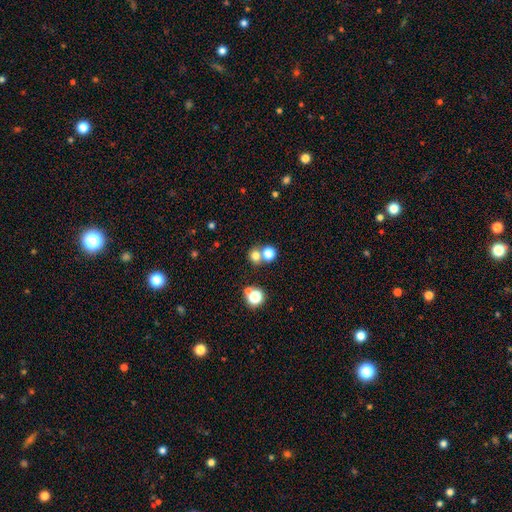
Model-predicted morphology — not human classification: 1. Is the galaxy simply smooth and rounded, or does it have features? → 72% smooth, 19% star or artifact, 9% featured or disk.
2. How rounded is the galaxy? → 83% round, 16% in between, 1% cigar-shaped.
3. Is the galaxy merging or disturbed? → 55% none, 36% merger, 6% minor disturbance, 3% major disturbance.